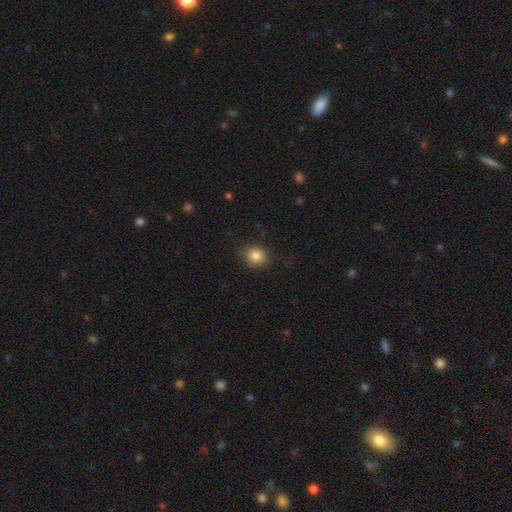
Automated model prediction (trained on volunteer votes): This is clearly a smooth galaxy (85%). How rounded: likely round (72%). Merging: likely none (79%).